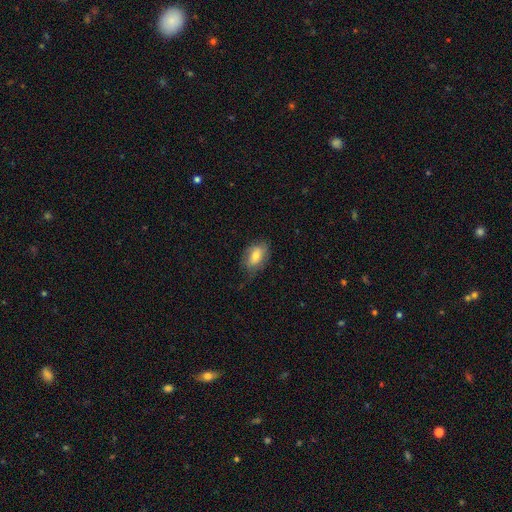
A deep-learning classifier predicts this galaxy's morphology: This is likely a smooth galaxy (73%). How rounded: clearly in between (89%). Merging: likely none (62%).